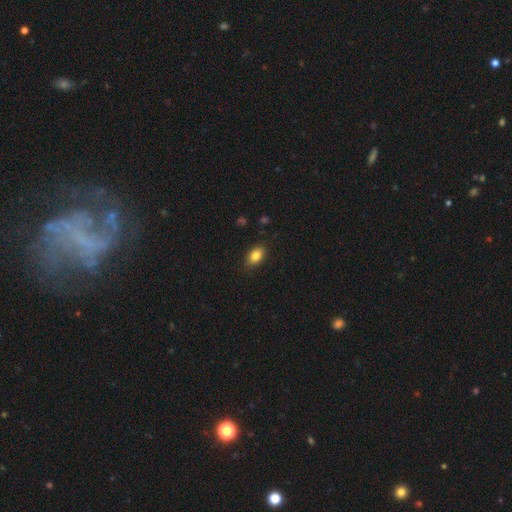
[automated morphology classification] smooth_or_featured: smooth (p=0.83) [alt: star or artifact p=0.09]
how_rounded: in between (p=0.84) [alt: round p=0.14]
merging: none (p=0.85) [alt: minor disturbance p=0.12]